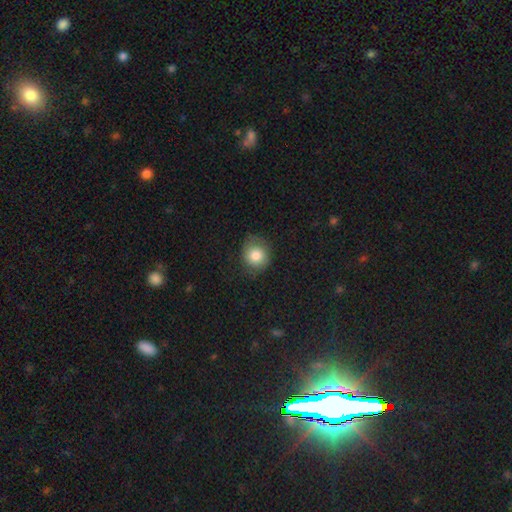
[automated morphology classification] This is clearly a smooth galaxy (80%). How rounded: likely round (77%). Merging: likely none (72%).